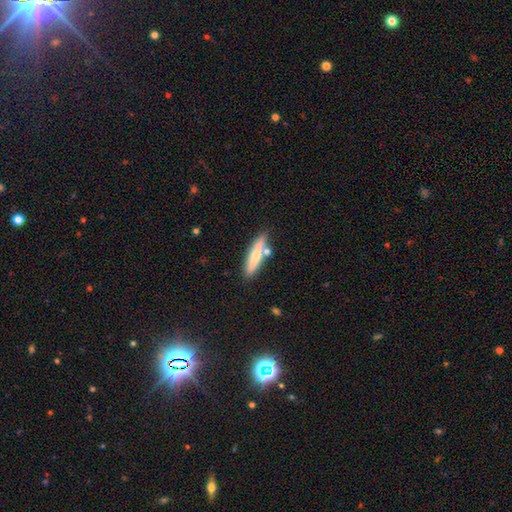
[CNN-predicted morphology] Smooth or featured? Predicted: smooth (p=0.67). How rounded? Predicted: cigar-shaped (p=0.81). Merging? Predicted: none (p=0.74).